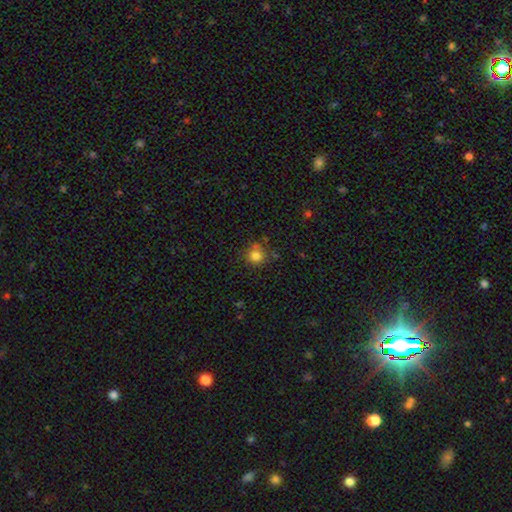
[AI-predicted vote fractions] smooth_or_featured: smooth (p=0.79) [alt: star or artifact p=0.13]
how_rounded: round (p=0.90) [alt: in between p=0.09]
merging: none (p=0.72) [alt: minor disturbance p=0.15]